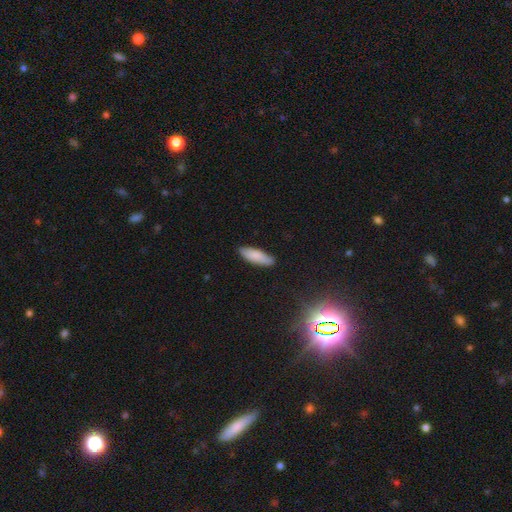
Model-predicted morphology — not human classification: smooth-or-featured: smooth: 83% | featured or disk: 11% | star or artifact: 6%
  how-rounded: in between: 51% | cigar-shaped: 47% | round: 2%
  merging: none: 85% | minor disturbance: 12% | major disturbance: 2% | merger: 1%